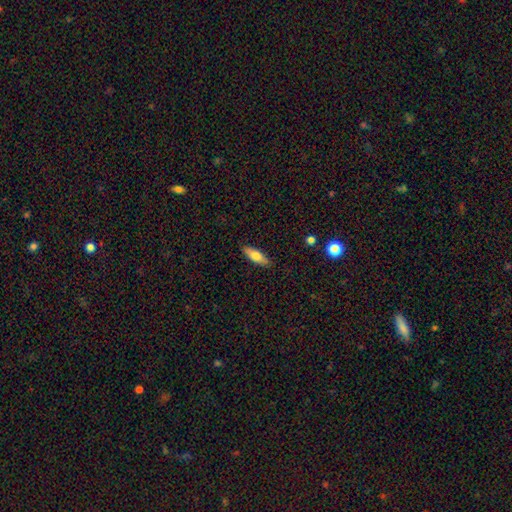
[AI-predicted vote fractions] Smooth or featured? smooth (72%)
How rounded? in between (57%)
Merging? none (88%)